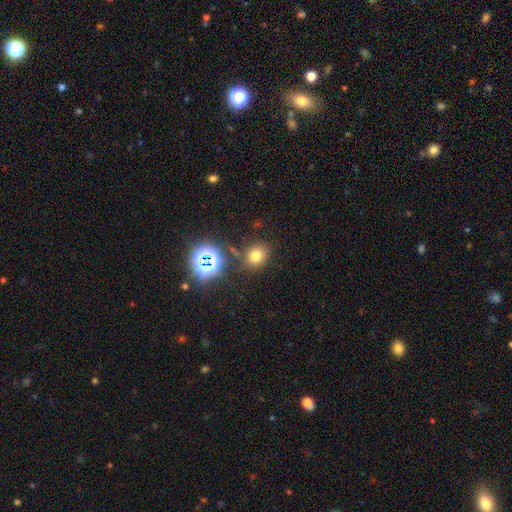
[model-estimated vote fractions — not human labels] A smooth galaxy with no disk features (71%) that is round (67%).

Vote fractions:
- Smooth or featured? smooth: 71% / star or artifact: 21% / featured or disk: 8%
- How rounded? round: 67% / in between: 32% / cigar-shaped: 1%
- Merging? none: 79% / minor disturbance: 10% / merger: 7% / major disturbance: 4%